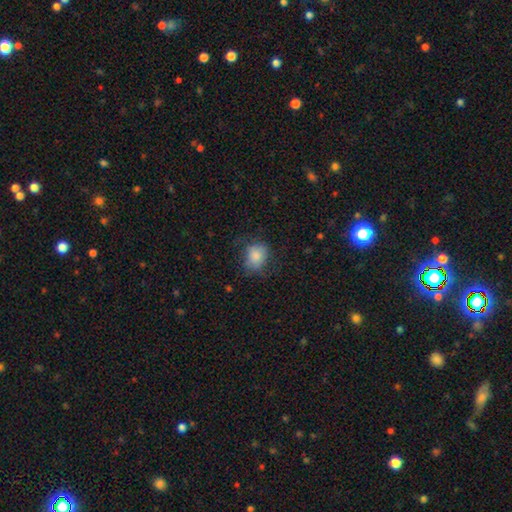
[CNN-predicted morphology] Q: Smooth or featured?
A: smooth (83%); runner-up: featured or disk (9%)
Q: How rounded?
A: round (50%); runner-up: in between (49%)
Q: Merging?
A: none (63%); runner-up: minor disturbance (24%)